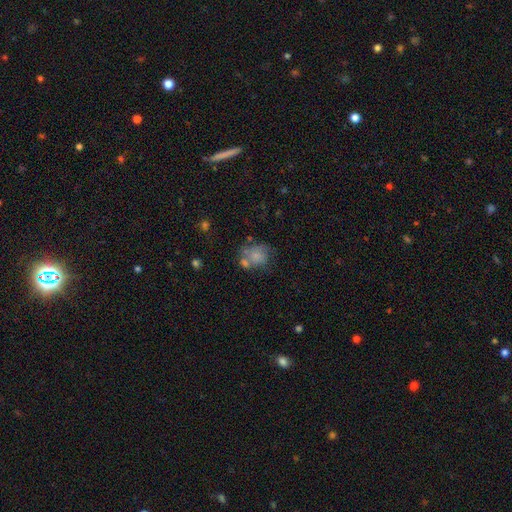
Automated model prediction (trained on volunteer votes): This is likely a smooth galaxy (65%). How rounded: possibly round (54%). Merging: marginally none (36%).